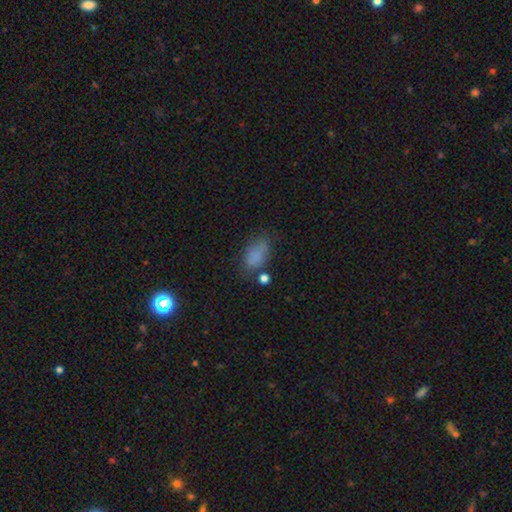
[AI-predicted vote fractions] Morphology: type=smooth (77%); roundness=in between (87%); merging=none (58%).